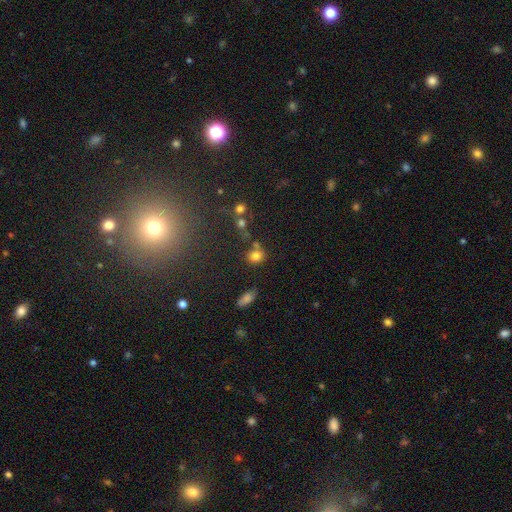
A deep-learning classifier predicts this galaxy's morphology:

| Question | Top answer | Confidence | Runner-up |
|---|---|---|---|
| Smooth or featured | smooth | 78% | star or artifact (14%) |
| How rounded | round | 77% | in between (22%) |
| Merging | none | 67% | merger (15%) |